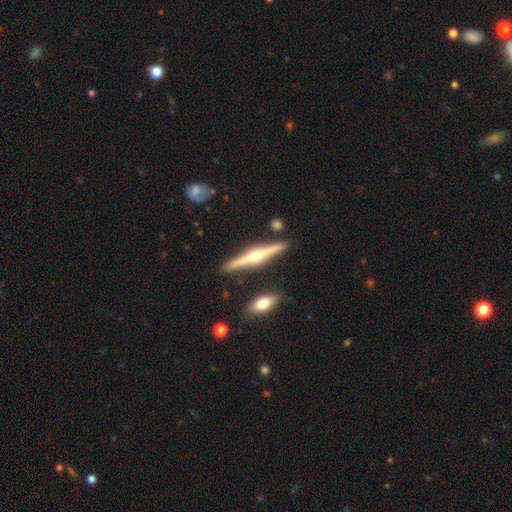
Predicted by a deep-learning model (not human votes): A featured or disk galaxy (77%) viewed edge-on (98%) with a rounded central bulge (94%).

Vote fractions:
- Smooth or featured? featured or disk: 77% / smooth: 18% / star or artifact: 5%
- Edge-on disk? yes: 98% / no: 2%
- Edge-on bulge? rounded: 94% / none: 3% / boxy: 3%
- Merging? none: 89% / minor disturbance: 7% / merger: 3% / major disturbance: 2%